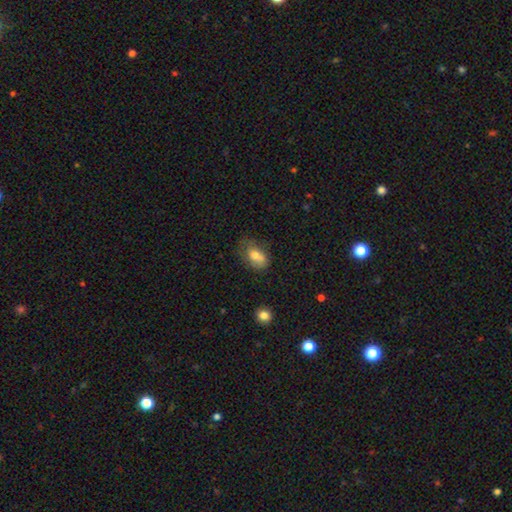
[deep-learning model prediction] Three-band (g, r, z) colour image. It shows a smooth galaxy with no disk features (74%) that is in between round and cigar-shaped (85%). Merging: none (48%).